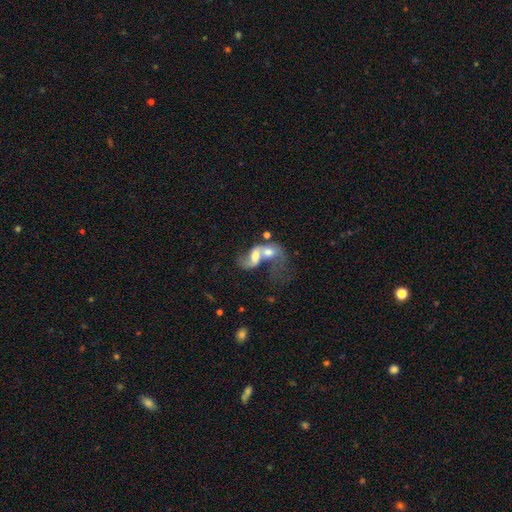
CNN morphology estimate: type=featured or disk (57%); edge-on=no (96%); bar=no (51%); spiral arms=yes (69%); bulge=moderate (44%); merging=merger (74%).